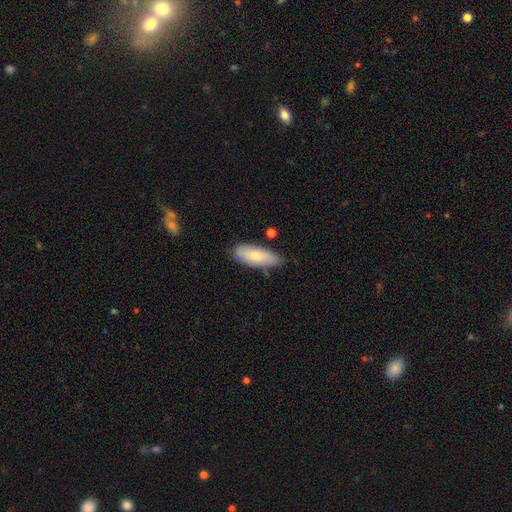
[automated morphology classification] This is likely a smooth galaxy (73%). How rounded: likely in between (75%). Merging: likely none (75%).